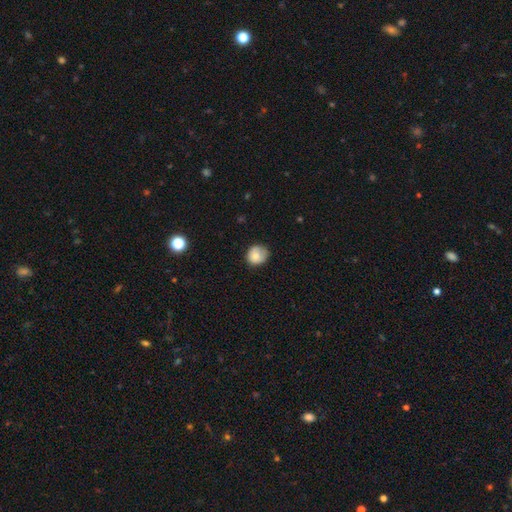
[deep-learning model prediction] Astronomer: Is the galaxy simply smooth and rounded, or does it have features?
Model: smooth — 81%.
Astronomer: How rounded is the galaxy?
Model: round — 79%.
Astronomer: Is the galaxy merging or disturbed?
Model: none — 66%.